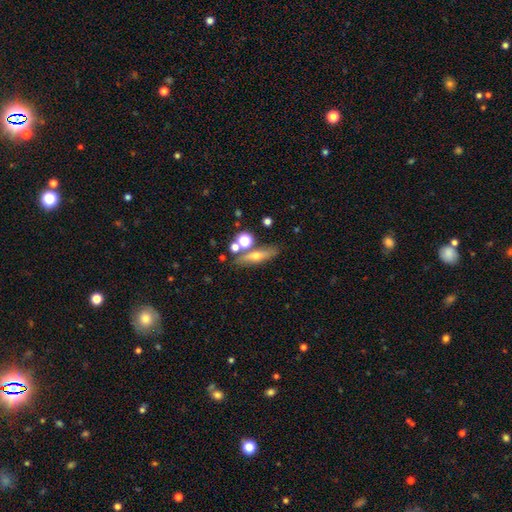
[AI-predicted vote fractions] Smooth or featured: smooth — 46% (featured or disk — 42%)
Merging: none — 71% (merger — 13%)